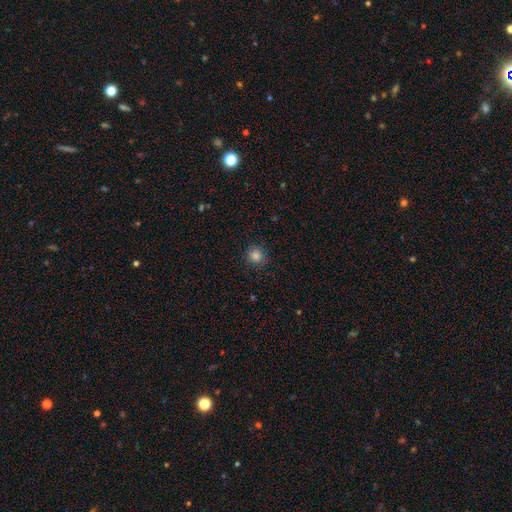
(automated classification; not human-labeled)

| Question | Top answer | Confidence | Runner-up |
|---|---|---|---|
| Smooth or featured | smooth | 83% | star or artifact (13%) |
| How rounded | round | 90% | in between (9%) |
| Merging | none | 87% | minor disturbance (9%) |